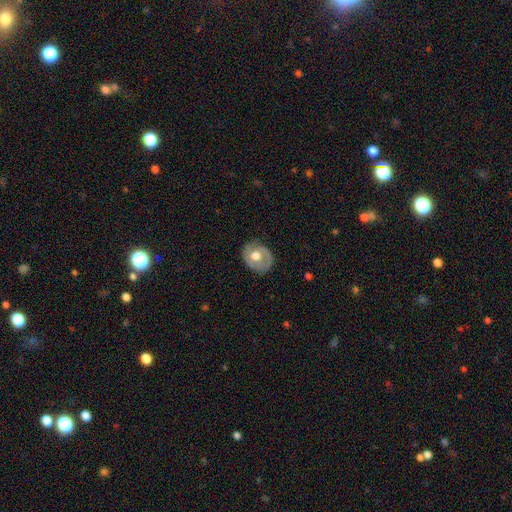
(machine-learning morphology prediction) Overall: featured or disk (52%; smooth 42%). Edge-on disk: no (95%). Merging: none (71%).